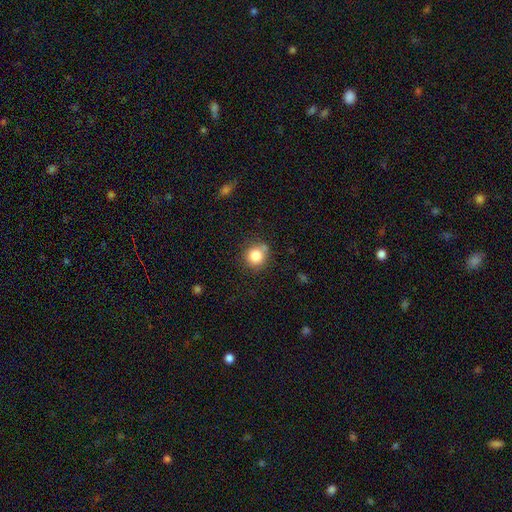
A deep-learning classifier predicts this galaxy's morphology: type=smooth (83%); roundness=round (88%); merging=none (74%).